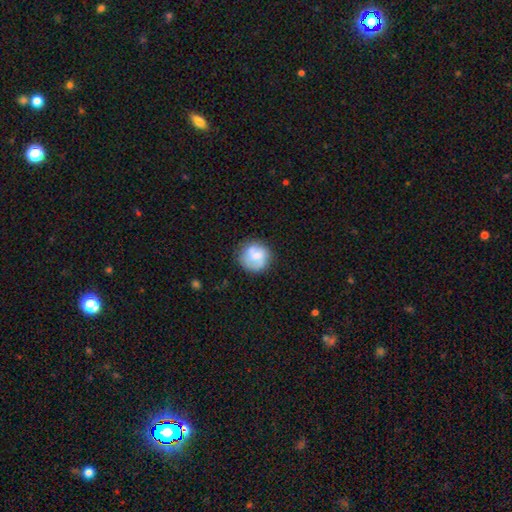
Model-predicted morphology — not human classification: smooth_or_featured: smooth (p=0.54) [alt: featured or disk p=0.39]
how_rounded: round (p=0.89) [alt: in between p=0.10]
merging: none (p=0.68) [alt: minor disturbance p=0.19]